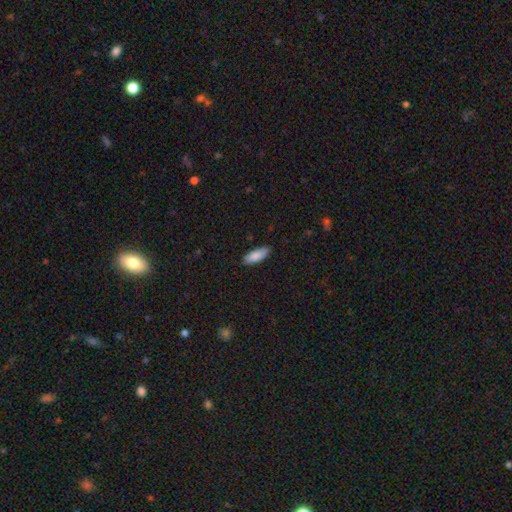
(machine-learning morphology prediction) The model was most divided on "how rounded": in between: 68%, cigar-shaped: 30%, round: 2%. More confident: smooth or featured — smooth (87%); merging — none (86%).